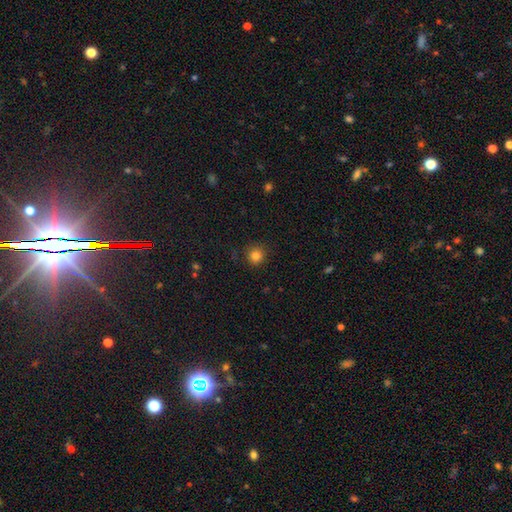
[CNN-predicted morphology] Overall: smooth (83%). How rounded: round (94%). Merging: none (88%).